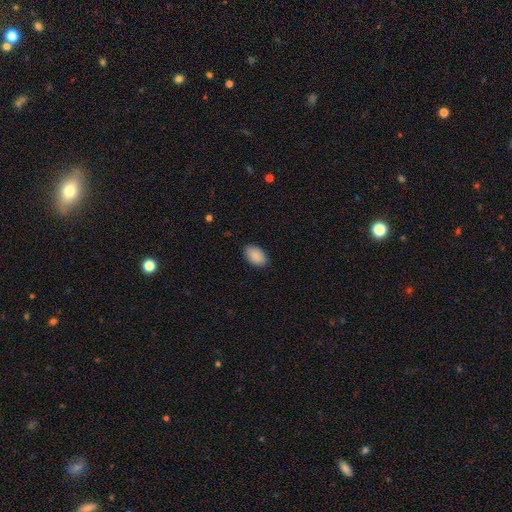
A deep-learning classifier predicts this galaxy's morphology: smooth_or_featured: smooth (p=0.91) [alt: star or artifact p=0.06]
how_rounded: in between (p=0.93) [alt: round p=0.06]
merging: none (p=0.88) [alt: minor disturbance p=0.09]